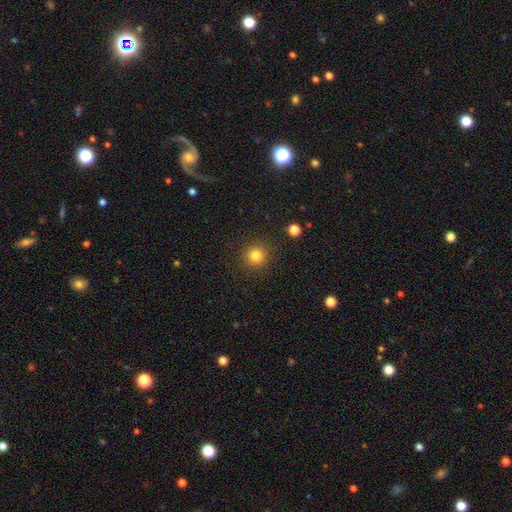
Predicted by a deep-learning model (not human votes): Smooth or featured?
  - smooth: 82% *
  - star or artifact: 12%
  - featured or disk: 5%
How rounded?
  - round: 93% *
  - in between: 6%
  - cigar-shaped: 1%
Merging?
  - none: 90% *
  - minor disturbance: 6%
  - major disturbance: 3%
  - merger: 1%